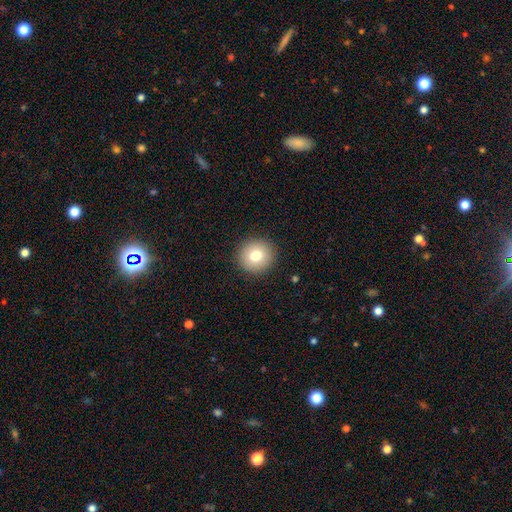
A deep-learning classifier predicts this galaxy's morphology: Overall: smooth (77%). How rounded: round (93%). Merging: none (91%).